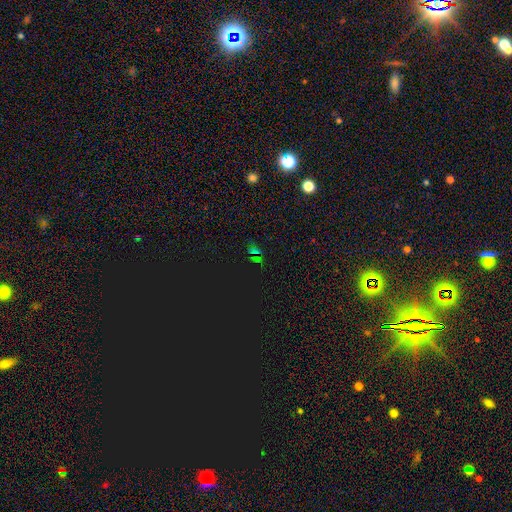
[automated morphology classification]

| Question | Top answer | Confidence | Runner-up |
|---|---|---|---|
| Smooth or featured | star or artifact | 69% | smooth (22%) |